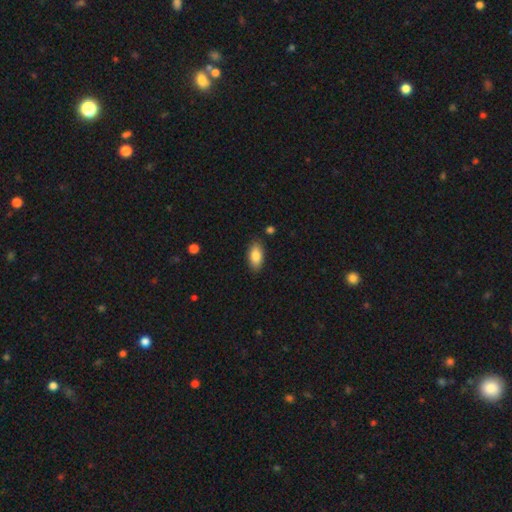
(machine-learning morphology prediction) smooth_or_featured: smooth (p=0.84) [alt: featured or disk p=0.09]
how_rounded: in between (p=0.91) [alt: cigar-shaped p=0.06]
merging: none (p=0.85) [alt: minor disturbance p=0.11]